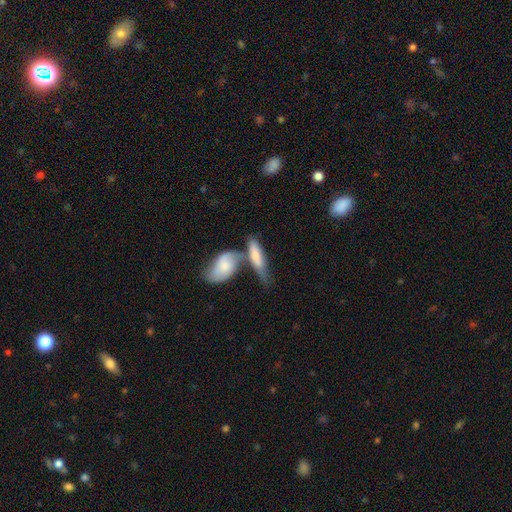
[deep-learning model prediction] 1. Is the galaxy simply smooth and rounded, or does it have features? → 67% smooth, 28% featured or disk, 6% star or artifact.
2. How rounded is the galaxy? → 56% in between, 41% cigar-shaped, 3% round.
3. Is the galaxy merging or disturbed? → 54% merger, 25% none, 13% minor disturbance, 8% major disturbance.